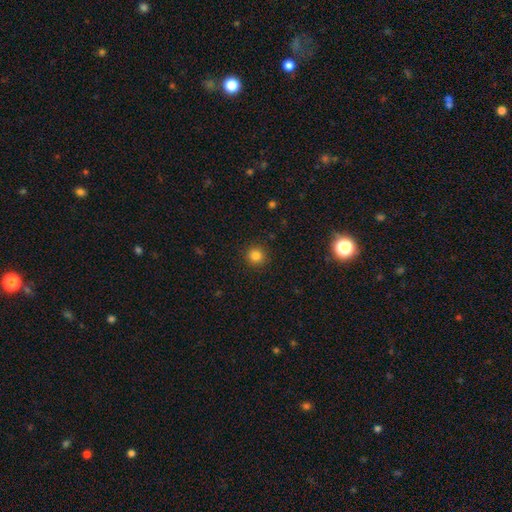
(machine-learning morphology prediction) Smooth or featured: smooth — 83% (star or artifact — 12%)
How rounded: round — 93% (in between — 6%)
Merging: none — 91% (minor disturbance — 6%)